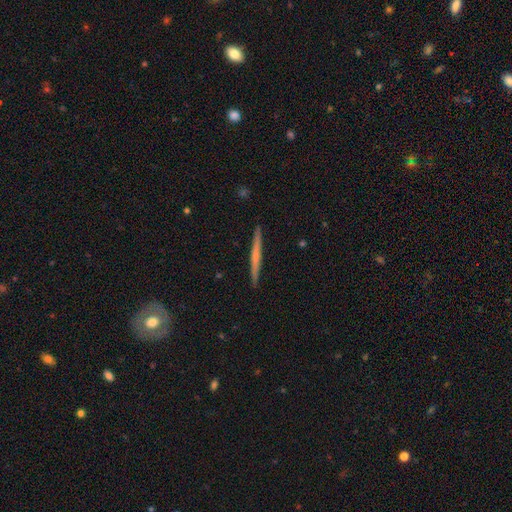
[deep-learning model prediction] smooth-or-featured: featured or disk: 59% | smooth: 35% | star or artifact: 5%
  disk-edge-on: yes: 98% | no: 2%
    edge-on-bulge: none: 56% | rounded: 38% | boxy: 7%
  merging: none: 92% | minor disturbance: 5% | major disturbance: 1% | merger: 1%